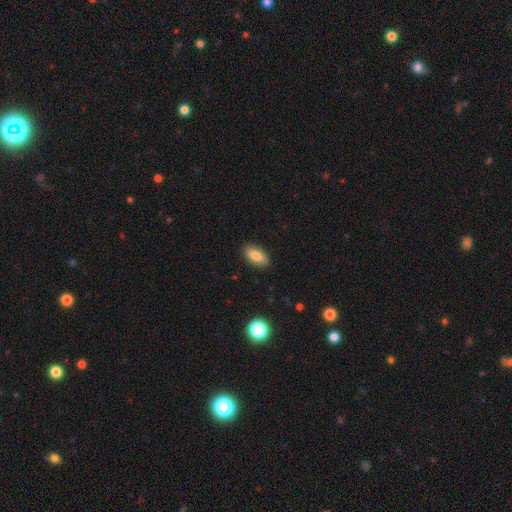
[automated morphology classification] The model was most divided on "smooth or featured": smooth: 81%, featured or disk: 11%, star or artifact: 7%. More confident: merging — none (88%); how rounded — in between (88%).